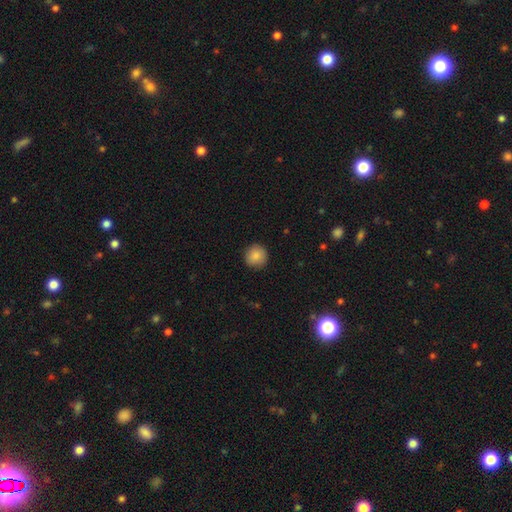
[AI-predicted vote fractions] The model was most divided on "smooth or featured": smooth: 87%, star or artifact: 8%, featured or disk: 5%. More confident: how rounded — round (94%); merging — none (89%).